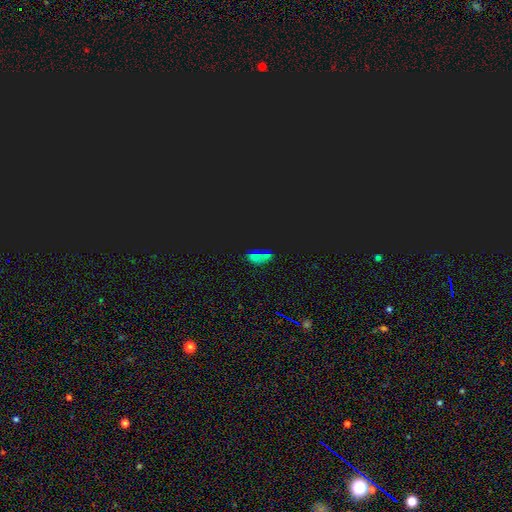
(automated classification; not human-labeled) smooth-or-featured: star or artifact: 61% | smooth: 30% | featured or disk: 9%